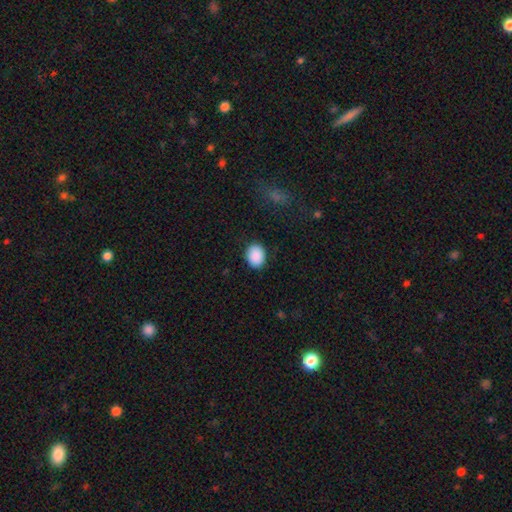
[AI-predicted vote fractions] This appears to be a smooth galaxy with no disk features (90%) that is in between round and cigar-shaped (54%). Merging: none (88%).